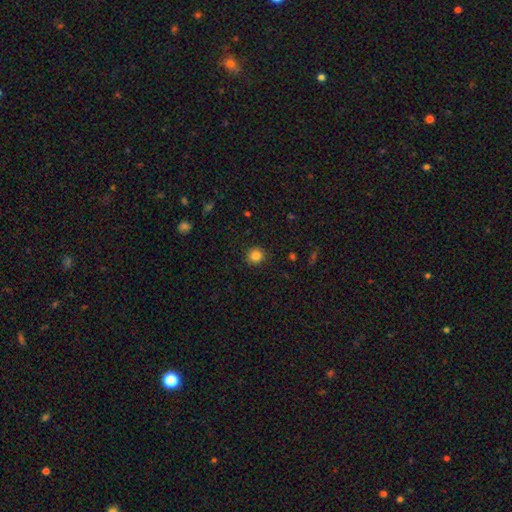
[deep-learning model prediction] Smooth or featured? smooth (85%)
How rounded? round (90%)
Merging? none (90%)